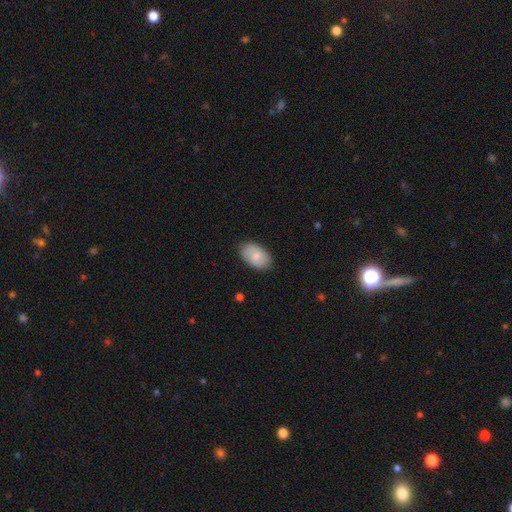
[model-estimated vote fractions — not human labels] A smooth galaxy with no disk features (81%) that is in between round and cigar-shaped (93%).

Vote fractions:
- Smooth or featured? smooth: 81% / featured or disk: 13% / star or artifact: 6%
- How rounded? in between: 93% / round: 5% / cigar-shaped: 1%
- Merging? none: 84% / minor disturbance: 12% / major disturbance: 2% / merger: 1%